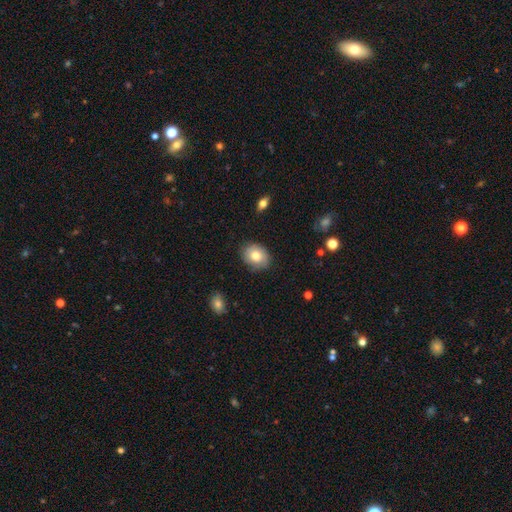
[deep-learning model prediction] A smooth galaxy with no disk features (77%) that is round (51%).

Vote fractions:
- Smooth or featured? smooth: 77% / featured or disk: 15% / star or artifact: 8%
- How rounded? round: 51% / in between: 48% / cigar-shaped: 1%
- Merging? none: 81% / minor disturbance: 15% / major disturbance: 3% / merger: 1%